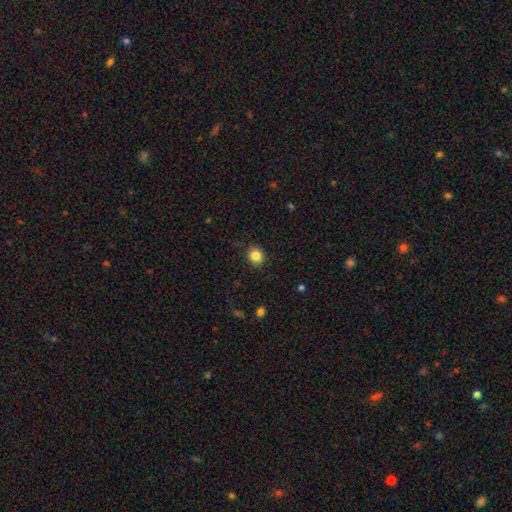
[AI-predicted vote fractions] Overall: smooth (84%). How rounded: round (82%). Merging: none (87%).